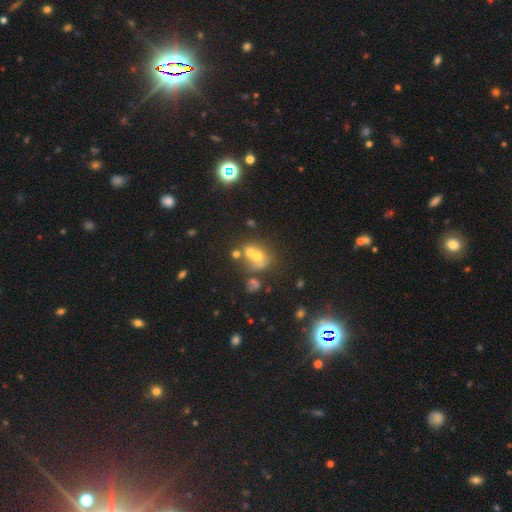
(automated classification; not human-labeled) The model was most divided on "merging": merger: 52%, none: 31%, minor disturbance: 10%, major disturbance: 7%. More confident: how rounded — round (62%); smooth or featured — smooth (53%).